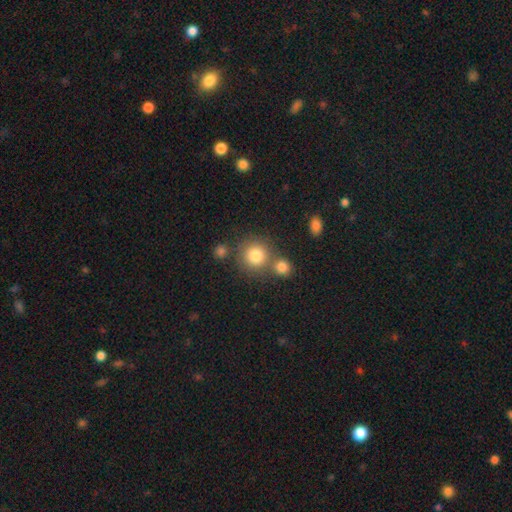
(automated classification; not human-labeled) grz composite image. It shows a smooth galaxy with no disk features (80%) that is round (91%). Merging: none (65%).